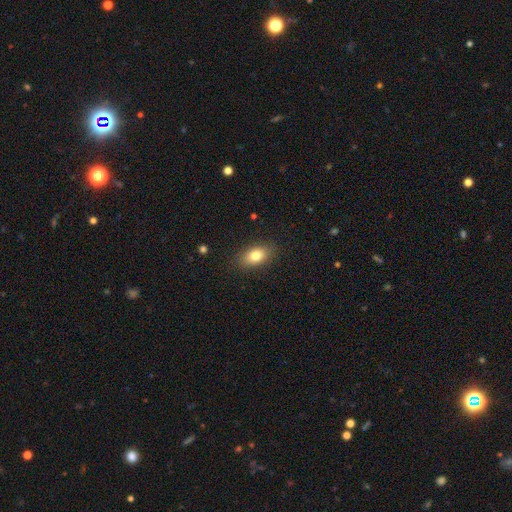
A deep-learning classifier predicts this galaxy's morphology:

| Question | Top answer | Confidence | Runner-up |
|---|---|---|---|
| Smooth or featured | smooth | 80% | featured or disk (11%) |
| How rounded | in between | 86% | round (10%) |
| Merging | none | 87% | minor disturbance (9%) |